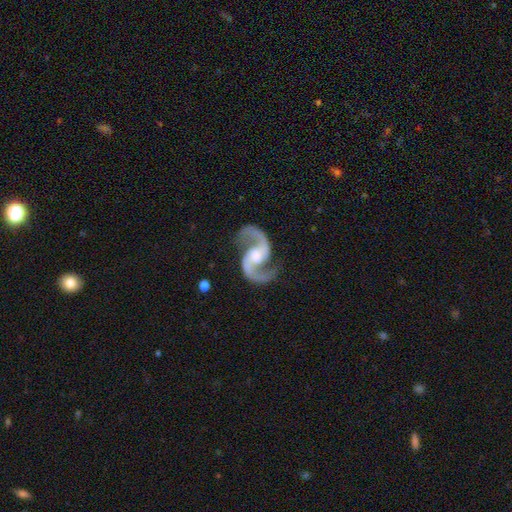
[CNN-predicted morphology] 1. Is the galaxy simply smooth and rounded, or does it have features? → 94% featured or disk, 4% star or artifact, 2% smooth.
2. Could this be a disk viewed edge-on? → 98% no, 2% yes.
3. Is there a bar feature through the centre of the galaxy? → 42% weak, 38% no, 20% strong.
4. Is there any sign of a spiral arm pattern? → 99% yes, 1% no.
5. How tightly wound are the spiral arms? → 55% medium, 36% loose, 9% tight.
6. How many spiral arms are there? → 95% 2, 1% 3, 1% can't tell, 1% 1, 1% 4, 1% more than 4.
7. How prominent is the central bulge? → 56% moderate, 27% small, 10% large, 5% none, 1% dominant.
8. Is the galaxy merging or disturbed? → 82% none, 11% minor disturbance, 5% major disturbance, 2% merger.